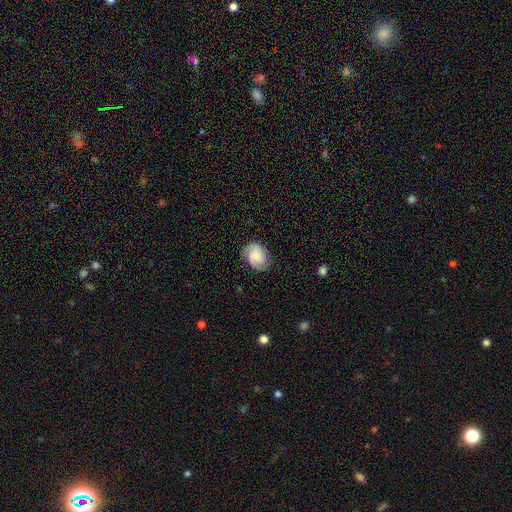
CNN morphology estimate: Q: Smooth or featured?
A: smooth (47%); runner-up: featured or disk (44%)
Q: Merging?
A: none (73%); runner-up: minor disturbance (19%)